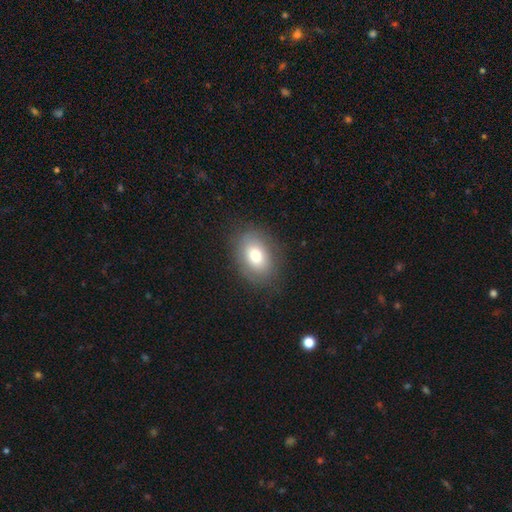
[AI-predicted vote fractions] smooth 74%, featured or disk 17%, star or artifact 9%. Down the decision tree: how rounded — in between (74%); merging — none (82%).